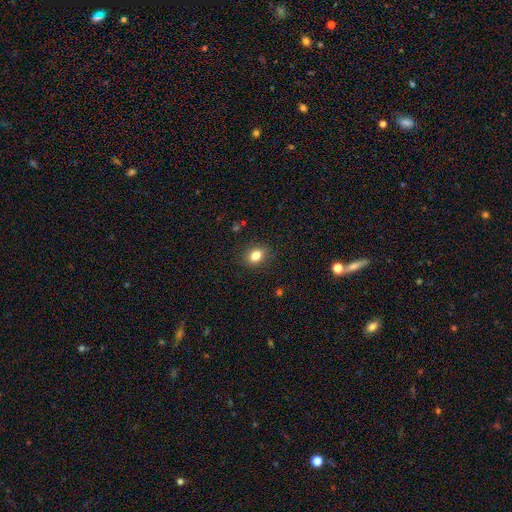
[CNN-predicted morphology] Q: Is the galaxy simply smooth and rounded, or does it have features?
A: smooth — 82%.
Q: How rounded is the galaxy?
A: in between — 58%.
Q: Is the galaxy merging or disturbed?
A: none — 87%.